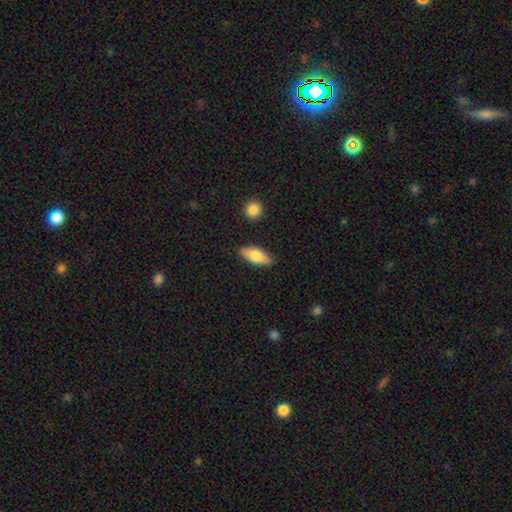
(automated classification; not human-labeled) Q: Smooth or featured?
A: smooth (76%); runner-up: featured or disk (18%)
Q: How rounded?
A: in between (79%); runner-up: cigar-shaped (18%)
Q: Merging?
A: none (85%); runner-up: minor disturbance (10%)